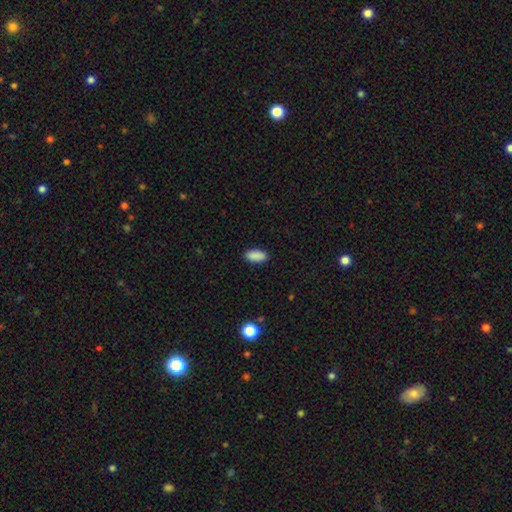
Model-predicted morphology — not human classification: This appears to be a smooth galaxy with no disk features (90%) that is in between round and cigar-shaped (90%). Merging: none (89%).